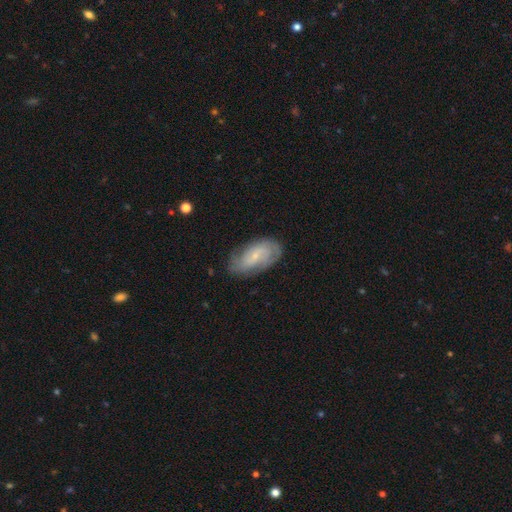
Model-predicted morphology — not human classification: This is possibly a featured or disk galaxy (59%). It is clearly not viewed edge-on (94%). Bar: possibly no (56%). Spiral arm pattern: clearly yes (83%). Central bulge: likely small (77%). Merging: likely none (70%).